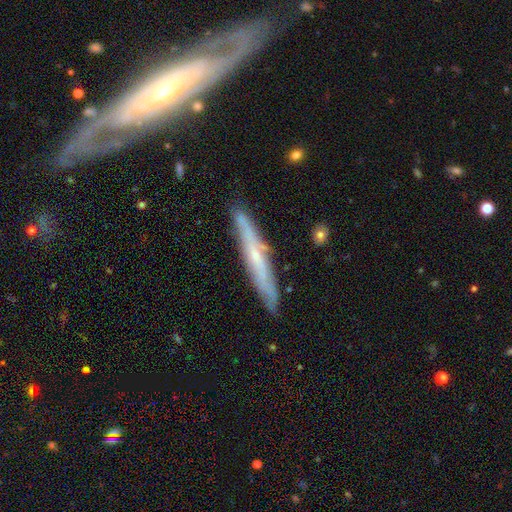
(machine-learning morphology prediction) The model was most divided on "edge-on bulge": none: 53%, rounded: 43%, boxy: 4%. More confident: merging — none (84%); edge-on disk — yes (84%); smooth or featured — featured or disk (63%).